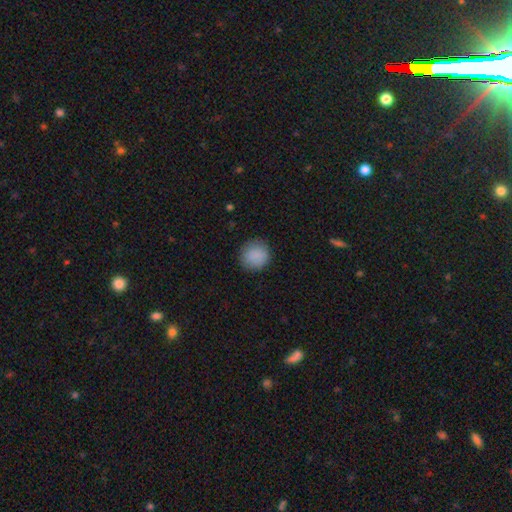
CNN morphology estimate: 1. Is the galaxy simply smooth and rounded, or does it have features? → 88% smooth, 8% star or artifact, 4% featured or disk.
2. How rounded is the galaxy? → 91% round, 8% in between, 1% cigar-shaped.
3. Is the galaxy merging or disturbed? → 87% none, 10% minor disturbance, 3% major disturbance, 1% merger.